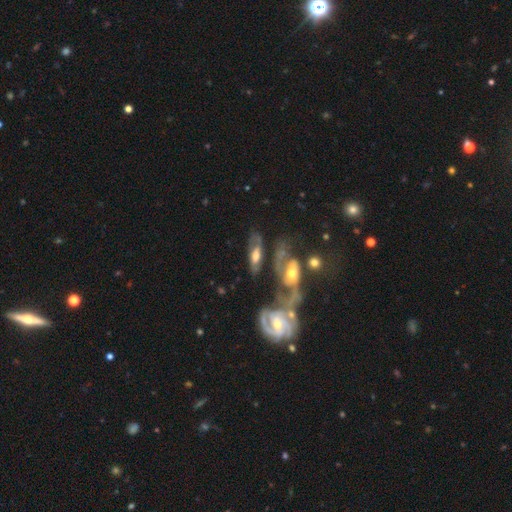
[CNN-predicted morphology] Smooth or featured: featured or disk — 61% (smooth — 31%)
Edge-on disk: no — 82% (yes — 18%)
Bar: no — 54% (weak — 32%)
Spiral arms: yes — 70% (no — 30%)
Bulge size: moderate — 57% (small — 19%)
Merging: none — 37% (merger — 29%)